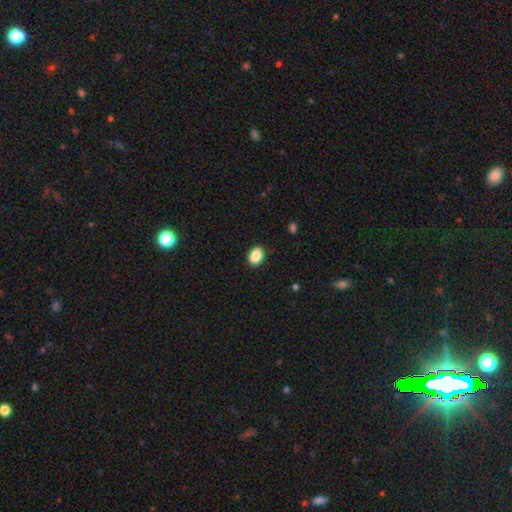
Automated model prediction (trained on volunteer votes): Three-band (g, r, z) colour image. It shows a smooth galaxy with no disk features (89%) that is in between round and cigar-shaped (77%). Merging: none (90%).